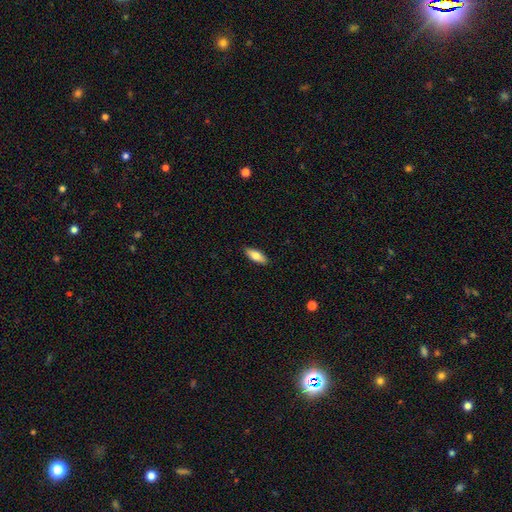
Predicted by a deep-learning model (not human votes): A smooth galaxy with no disk features (77%) that is in between round and cigar-shaped (73%).

Vote fractions:
- Smooth or featured? smooth: 77% / featured or disk: 18% / star or artifact: 6%
- How rounded? in between: 73% / cigar-shaped: 25% / round: 2%
- Merging? none: 90% / minor disturbance: 8% / major disturbance: 2% / merger: 1%